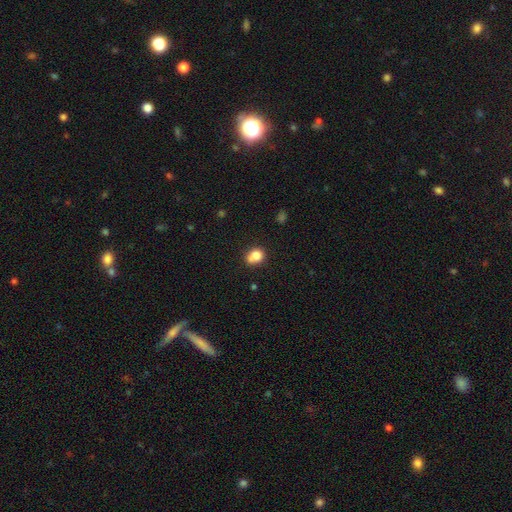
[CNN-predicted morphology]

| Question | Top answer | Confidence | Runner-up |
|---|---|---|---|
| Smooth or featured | smooth | 79% | star or artifact (11%) |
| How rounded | round | 62% | in between (37%) |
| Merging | none | 50% | merger (23%) |